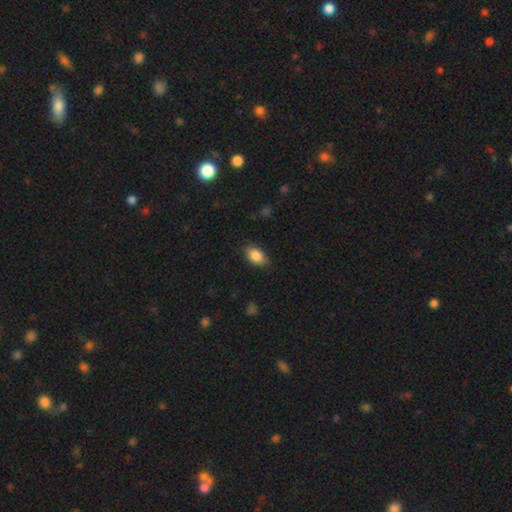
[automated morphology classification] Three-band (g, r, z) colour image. It shows a smooth galaxy with no disk features (87%) that is in between round and cigar-shaped (90%). Merging: none (80%).